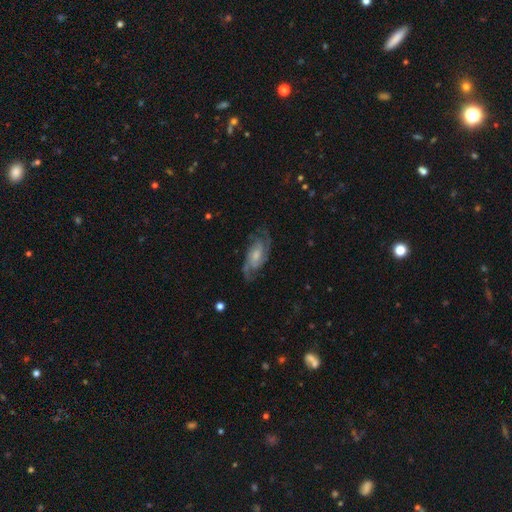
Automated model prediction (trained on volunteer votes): This is clearly a featured or disk galaxy (81%). It is clearly not viewed edge-on (93%). Bar: possibly no (54%). Spiral arm pattern: clearly yes (95%). Spiral arm count: possibly 2 (54%). Spiral winding: possibly medium (47%). Central bulge: possibly moderate (47%). Merging: likely none (71%).